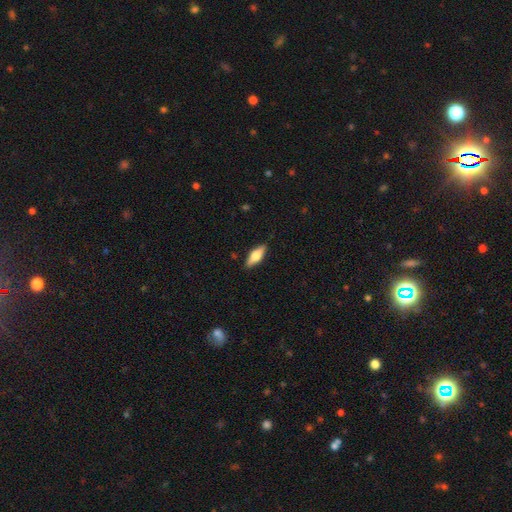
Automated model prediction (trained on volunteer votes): This is possibly a smooth galaxy (55%). How rounded: likely in between (61%). Merging: clearly none (89%).